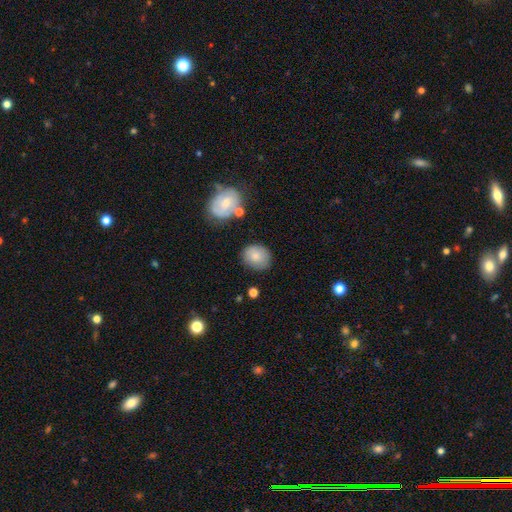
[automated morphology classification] smooth_or_featured: smooth (p=0.80) [alt: featured or disk p=0.12]
how_rounded: round (p=0.62) [alt: in between p=0.37]
merging: none (p=0.76) [alt: minor disturbance p=0.16]